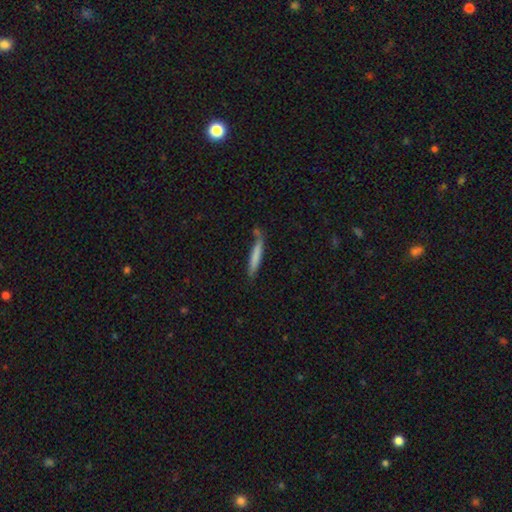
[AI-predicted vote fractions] A smooth galaxy with no disk features (75%) that is cigar-shaped (93%).

Vote fractions:
- Smooth or featured? smooth: 75% / featured or disk: 19% / star or artifact: 6%
- How rounded? cigar-shaped: 93% / in between: 6% / round: 1%
- Merging? none: 67% / minor disturbance: 19% / merger: 8% / major disturbance: 6%